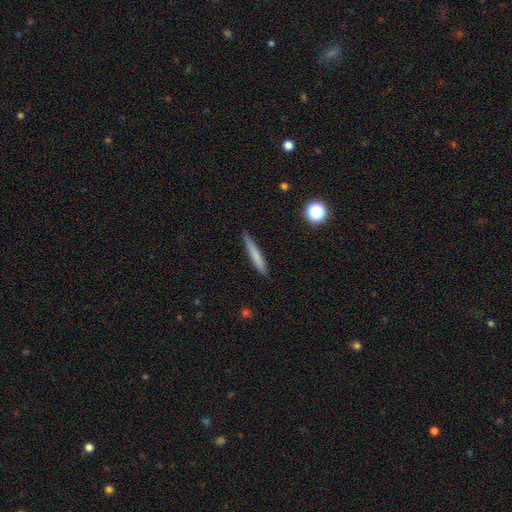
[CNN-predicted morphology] Smooth or featured? Predicted: smooth (p=0.72). How rounded? Predicted: cigar-shaped (p=0.95). Merging? Predicted: none (p=0.88).